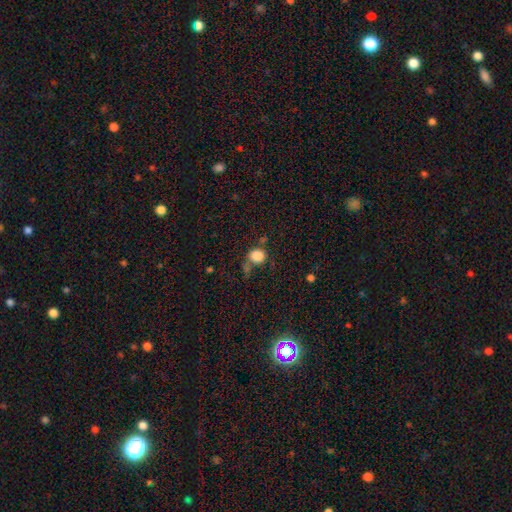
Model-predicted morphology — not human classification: smooth 84%, star or artifact 11%, featured or disk 5%. Down the decision tree: how rounded — round (74%); merging — none (57%).